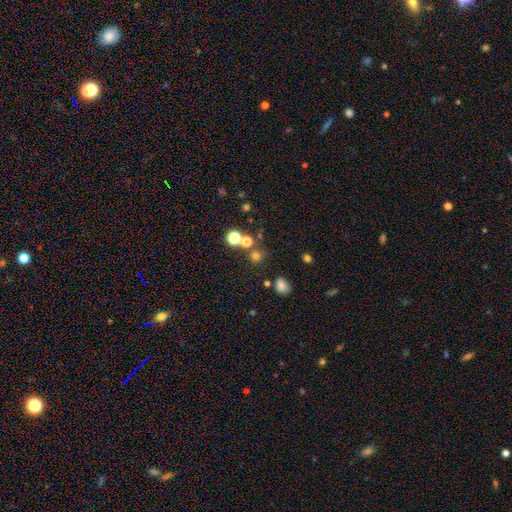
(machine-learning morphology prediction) smooth-or-featured: smooth: 69% | star or artifact: 23% | featured or disk: 8%
  how-rounded: round: 88% | in between: 11% | cigar-shaped: 1%
  merging: none: 67% | merger: 21% | minor disturbance: 8% | major disturbance: 4%